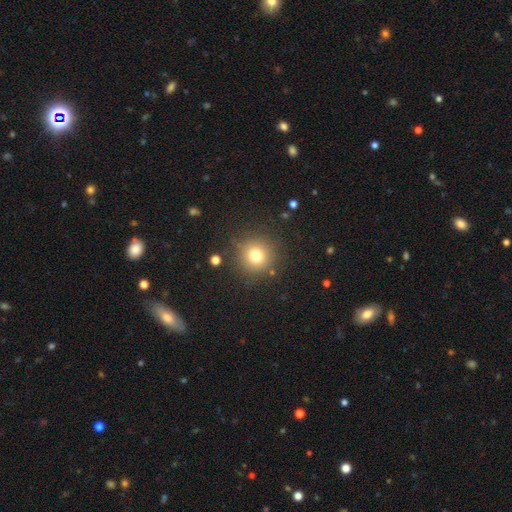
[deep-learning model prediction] smooth 76%, star or artifact 15%, featured or disk 9%. Down the decision tree: how rounded — round (94%); merging — none (87%).